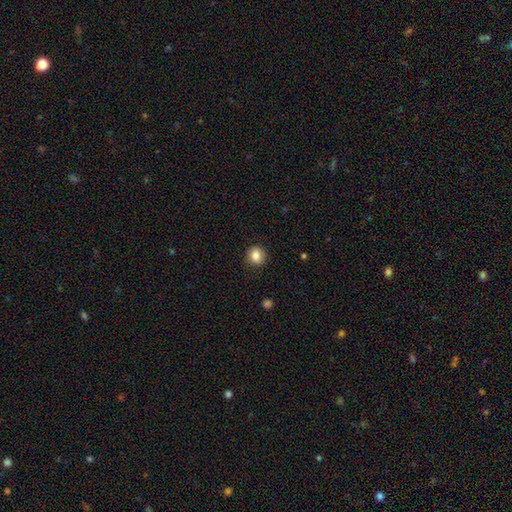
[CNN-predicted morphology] type=smooth (85%); roundness=round (75%); merging=none (88%).